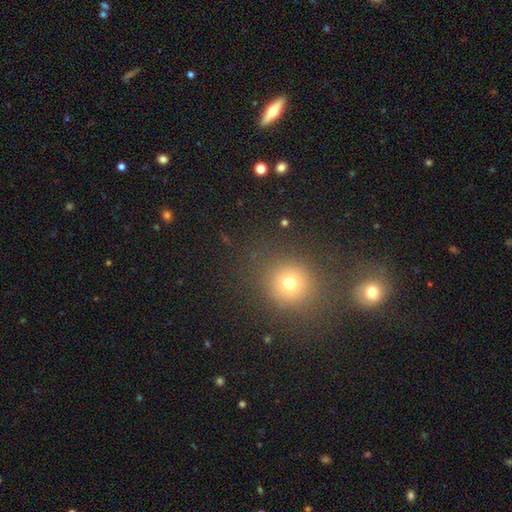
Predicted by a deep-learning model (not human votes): Q: Smooth or featured?
A: smooth (57%); runner-up: star or artifact (35%)
Q: How rounded?
A: round (84%); runner-up: in between (14%)
Q: Merging?
A: none (80%); runner-up: merger (9%)